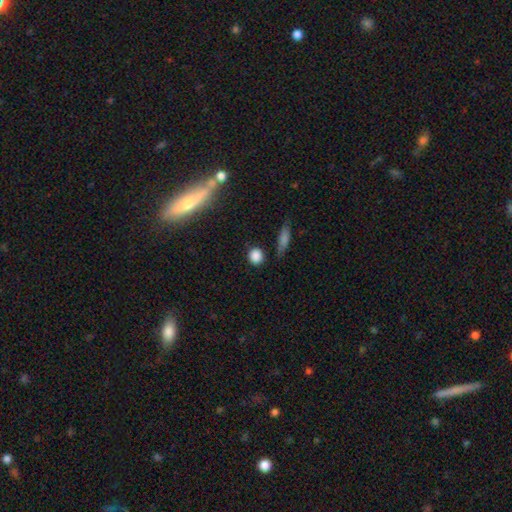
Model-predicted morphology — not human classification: A smooth galaxy with no disk features (85%) that is round (83%).

Vote fractions:
- Smooth or featured? smooth: 85% / star or artifact: 11% / featured or disk: 5%
- How rounded? round: 83% / in between: 15% / cigar-shaped: 2%
- Merging? none: 83% / minor disturbance: 10% / merger: 4% / major disturbance: 3%